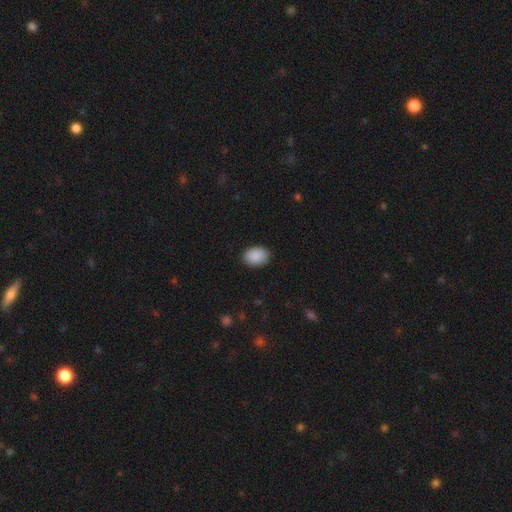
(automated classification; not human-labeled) Smooth or featured? smooth (90%)
How rounded? in between (80%)
Merging? none (88%)